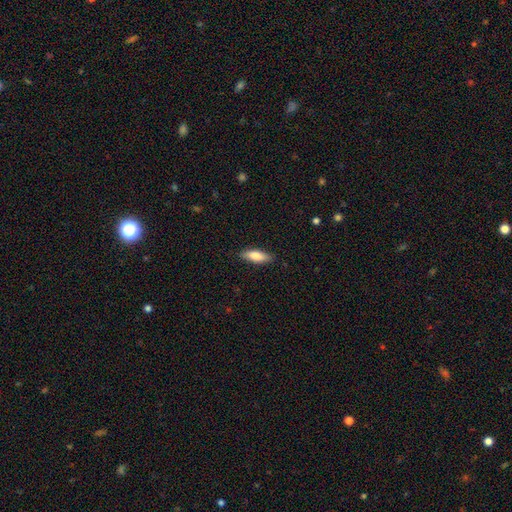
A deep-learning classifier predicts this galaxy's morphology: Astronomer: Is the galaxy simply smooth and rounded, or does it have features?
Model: smooth — 80%.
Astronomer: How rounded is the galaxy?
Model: in between — 61% (runner-up: cigar-shaped, 37%).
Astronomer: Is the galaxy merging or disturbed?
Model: none — 86%.